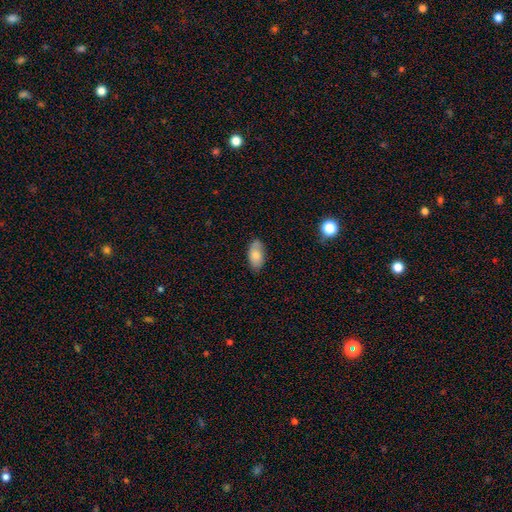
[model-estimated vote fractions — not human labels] This is likely a smooth galaxy (78%). How rounded: clearly in between (93%). Merging: likely none (80%).